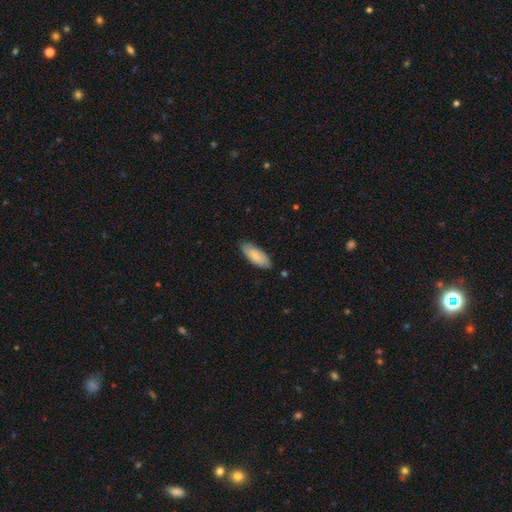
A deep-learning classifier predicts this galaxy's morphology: Smooth or featured?
  - smooth: 76% *
  - featured or disk: 19%
  - star or artifact: 5%
How rounded?
  - in between: 80% *
  - cigar-shaped: 19%
  - round: 2%
Merging?
  - none: 81% *
  - minor disturbance: 15%
  - major disturbance: 2%
  - merger: 1%